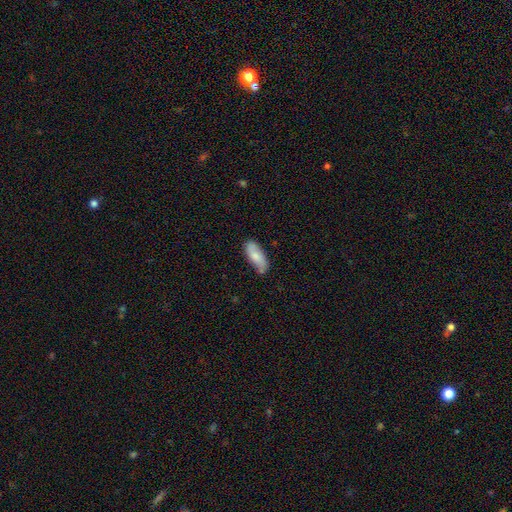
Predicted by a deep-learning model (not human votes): Smooth or featured?
  - smooth: 71% *
  - featured or disk: 23%
  - star or artifact: 6%
How rounded?
  - in between: 76% *
  - cigar-shaped: 22%
  - round: 2%
Merging?
  - none: 72% *
  - minor disturbance: 20%
  - merger: 4%
  - major disturbance: 3%